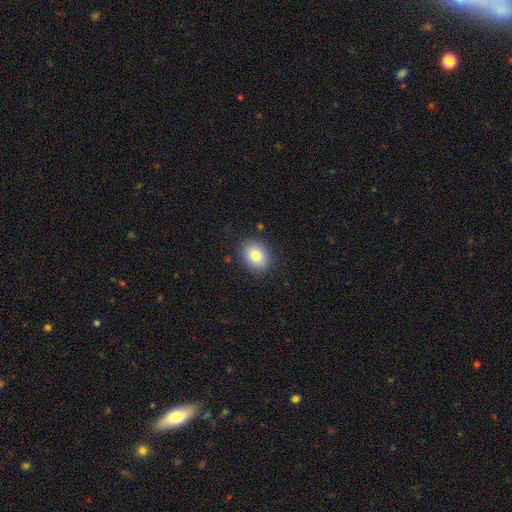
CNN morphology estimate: Overall: smooth (83%). How rounded: in between (55%; round 44%). Merging: none (87%).